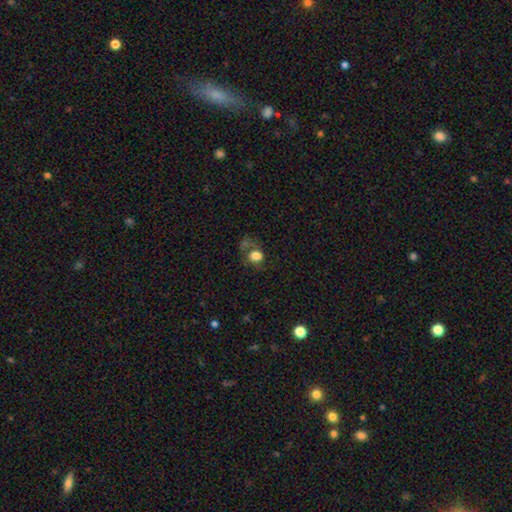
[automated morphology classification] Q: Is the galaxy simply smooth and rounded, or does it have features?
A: smooth — 68%.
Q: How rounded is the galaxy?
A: round — 52%.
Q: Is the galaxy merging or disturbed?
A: none — 38%.